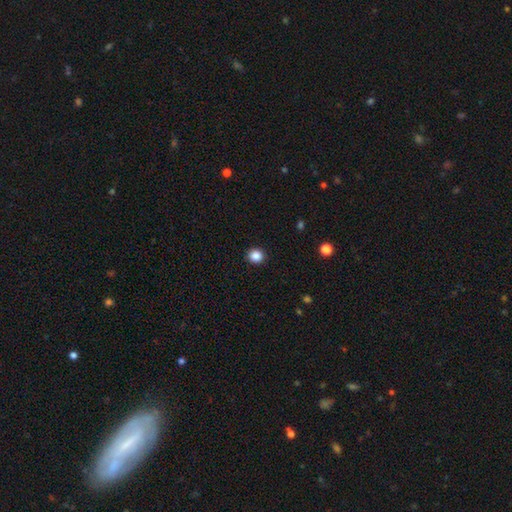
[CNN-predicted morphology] Q: Smooth or featured?
A: smooth (86%); runner-up: star or artifact (11%)
Q: How rounded?
A: round (85%); runner-up: in between (14%)
Q: Merging?
A: none (92%); runner-up: minor disturbance (5%)